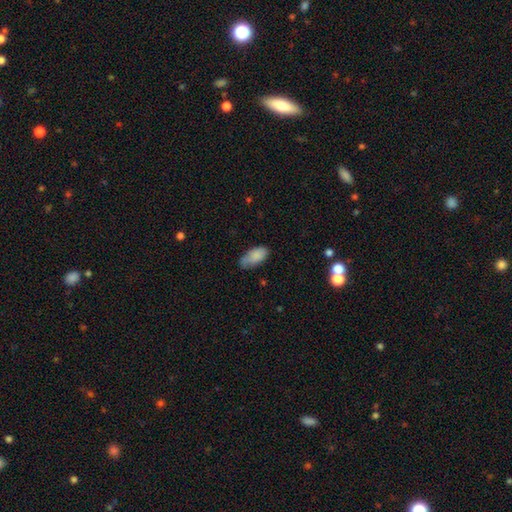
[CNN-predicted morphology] This is clearly a smooth galaxy (86%). How rounded: clearly in between (92%). Merging: likely none (60%).